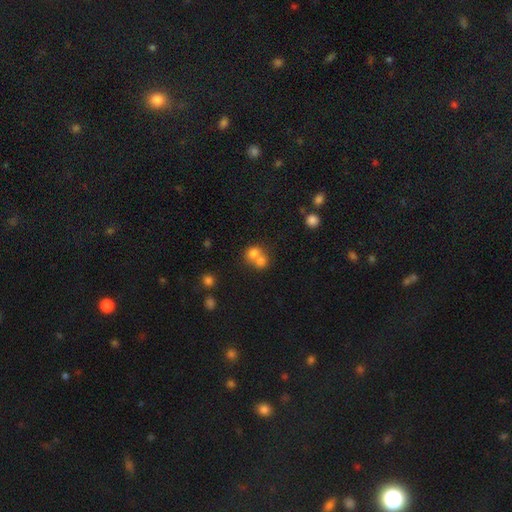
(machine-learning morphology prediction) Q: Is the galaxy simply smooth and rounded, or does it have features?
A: smooth — 73%.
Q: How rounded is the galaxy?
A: round — 74%.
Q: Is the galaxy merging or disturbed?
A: merger — 63%.